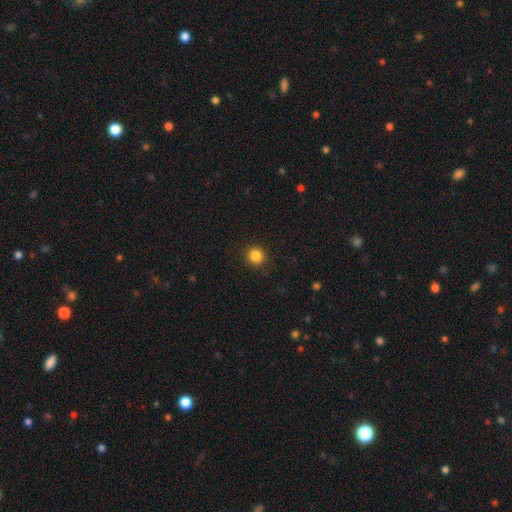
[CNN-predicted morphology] Smooth or featured? smooth (85%)
How rounded? round (92%)
Merging? none (92%)